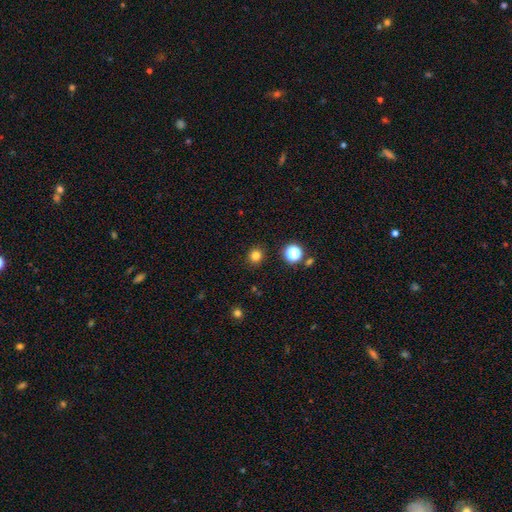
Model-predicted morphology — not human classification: Smooth or featured?
  - smooth: 80% *
  - star or artifact: 15%
  - featured or disk: 5%
How rounded?
  - round: 91% *
  - in between: 8%
  - cigar-shaped: 1%
Merging?
  - none: 91% *
  - minor disturbance: 5%
  - major disturbance: 2%
  - merger: 1%